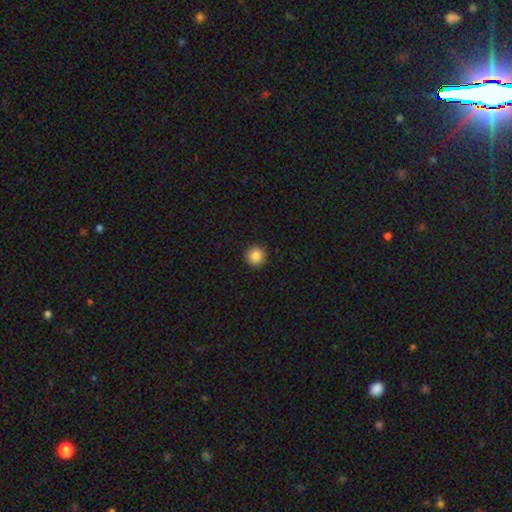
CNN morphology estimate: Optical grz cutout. It shows a smooth galaxy with no disk features (86%) that is round (96%). Merging: none (93%).